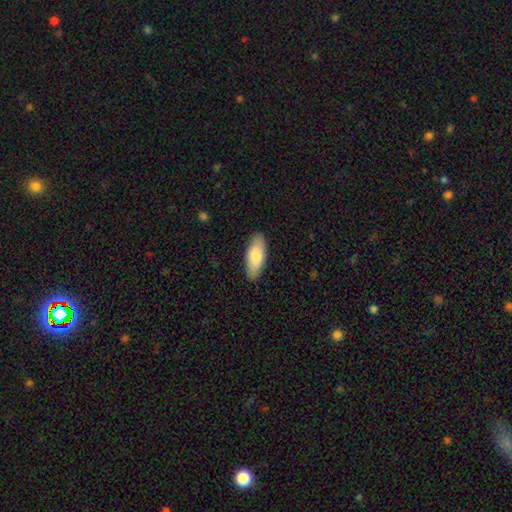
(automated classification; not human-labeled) This is clearly a smooth galaxy (82%). How rounded: clearly in between (81%). Merging: clearly none (87%).